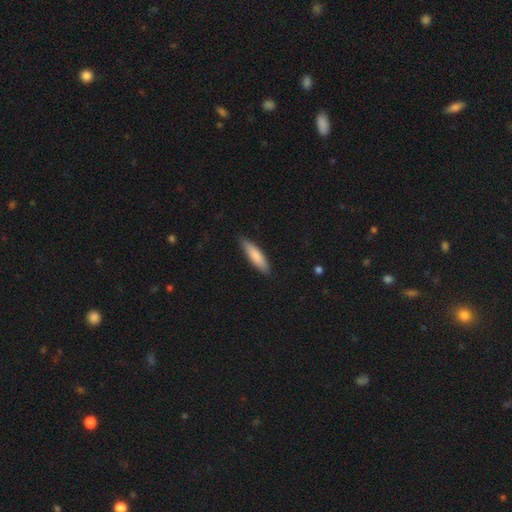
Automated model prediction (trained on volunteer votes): Morphology: type=smooth (82%); roundness=cigar-shaped (69%); merging=none (87%).